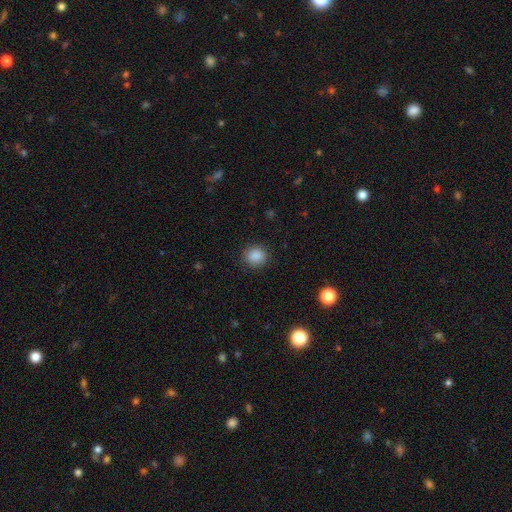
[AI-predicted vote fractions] Overall: smooth (88%). How rounded: round (83%). Merging: none (88%).